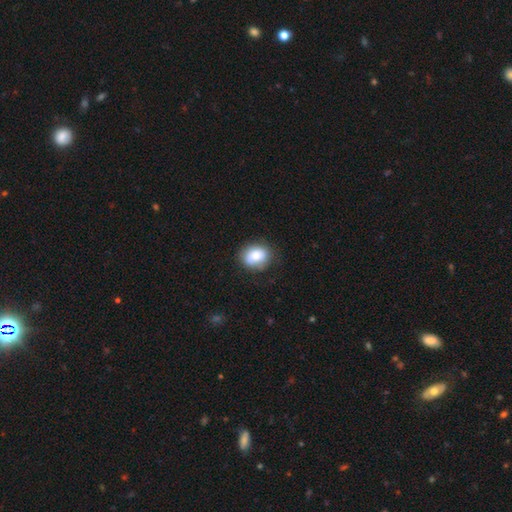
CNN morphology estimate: This is likely a smooth galaxy (79%). How rounded: possibly round (52%). Merging: likely none (75%).